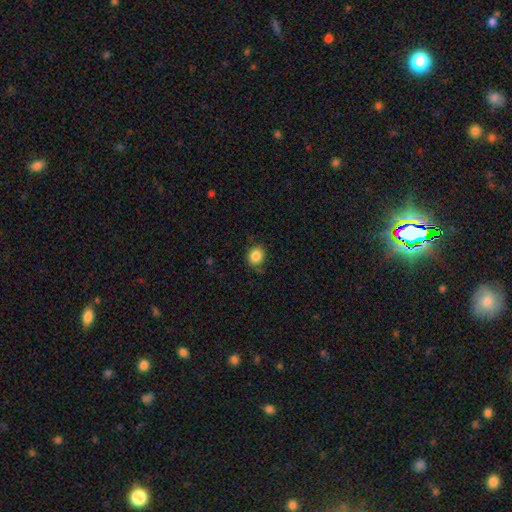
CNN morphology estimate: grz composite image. It shows a smooth galaxy with no disk features (85%) that is round (71%). Merging: none (82%).